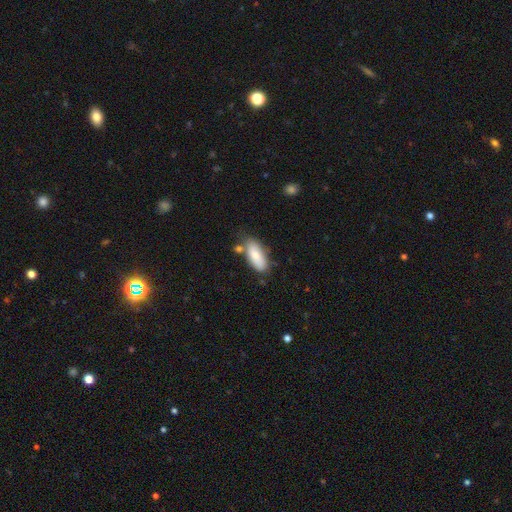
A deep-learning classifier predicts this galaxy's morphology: The model was most divided on "merging": none: 64%, minor disturbance: 21%, merger: 10%, major disturbance: 5%. More confident: how rounded — in between (84%); smooth or featured — smooth (78%).